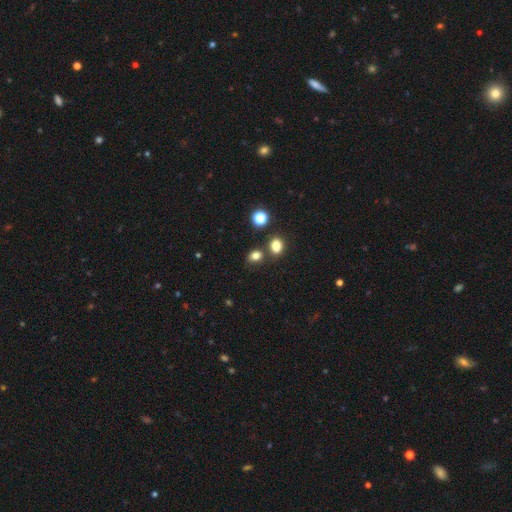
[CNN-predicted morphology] Overall: smooth (79%). How rounded: in between (51%; round 48%). Merging: none (71%).